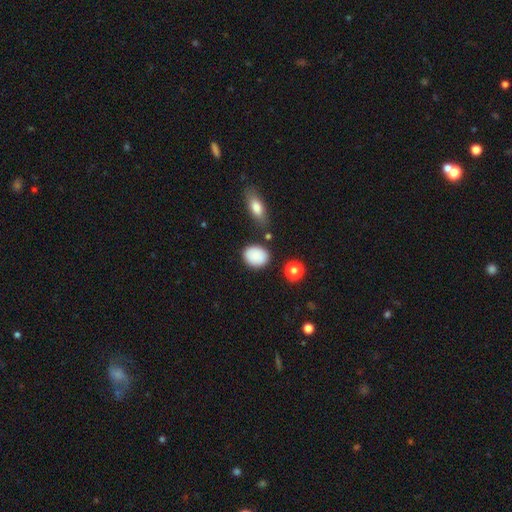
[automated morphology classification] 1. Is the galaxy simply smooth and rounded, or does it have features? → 86% smooth, 8% star or artifact, 6% featured or disk.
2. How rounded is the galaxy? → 53% in between, 45% round, 1% cigar-shaped.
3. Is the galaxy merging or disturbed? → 77% none, 14% minor disturbance, 5% merger, 4% major disturbance.